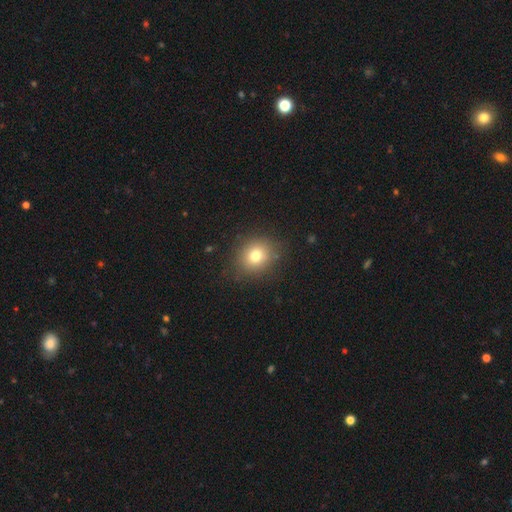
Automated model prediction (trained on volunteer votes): Smooth or featured: smooth — 75% (star or artifact — 14%)
How rounded: round — 77% (in between — 22%)
Merging: none — 83% (minor disturbance — 11%)